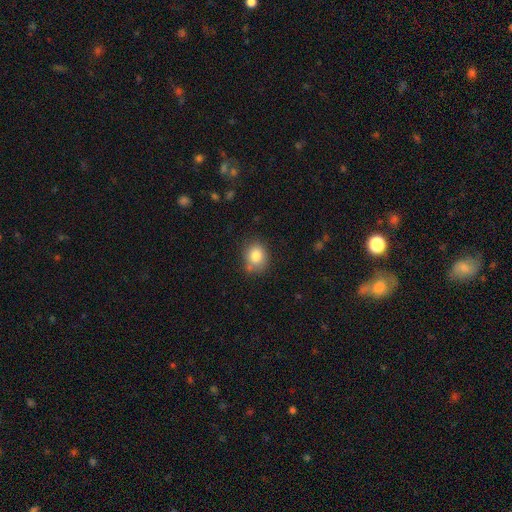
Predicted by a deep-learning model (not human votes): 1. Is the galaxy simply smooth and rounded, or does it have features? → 83% smooth, 10% star or artifact, 7% featured or disk.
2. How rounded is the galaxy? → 63% round, 36% in between, 1% cigar-shaped.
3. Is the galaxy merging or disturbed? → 73% none, 17% minor disturbance, 5% merger, 4% major disturbance.